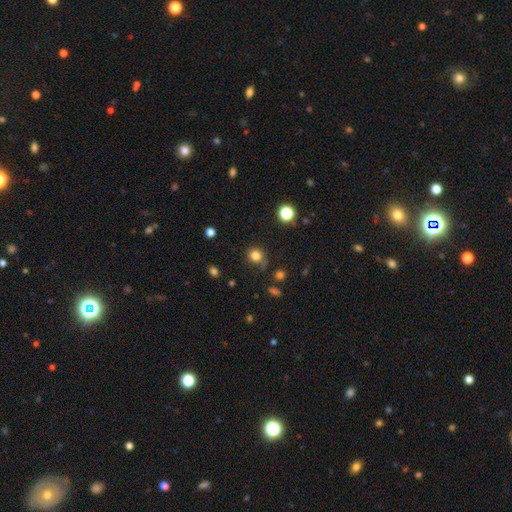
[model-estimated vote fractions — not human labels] A smooth galaxy with no disk features (80%) that is round (79%). Merging: none (70%).